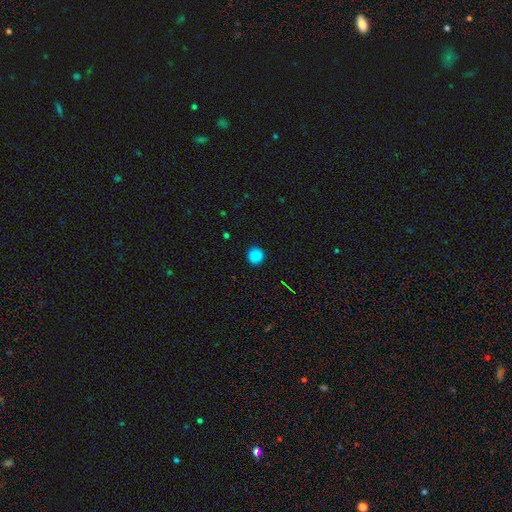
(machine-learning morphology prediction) smooth 86%, star or artifact 11%, featured or disk 3%. Down the decision tree: how rounded — round (94%); merging — none (92%).